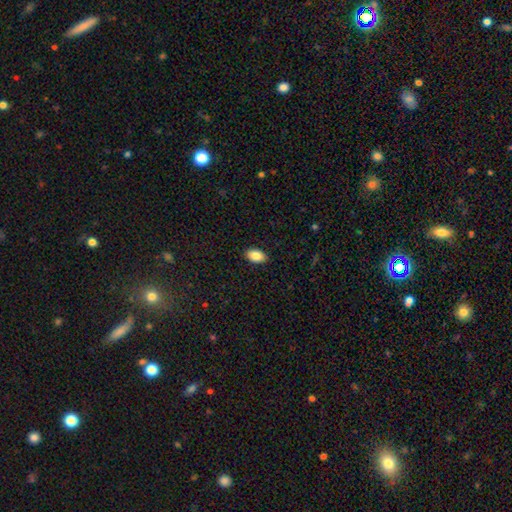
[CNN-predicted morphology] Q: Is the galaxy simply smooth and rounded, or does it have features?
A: smooth — 87%.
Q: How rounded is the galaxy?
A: in between — 92%.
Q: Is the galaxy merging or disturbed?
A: none — 89%.